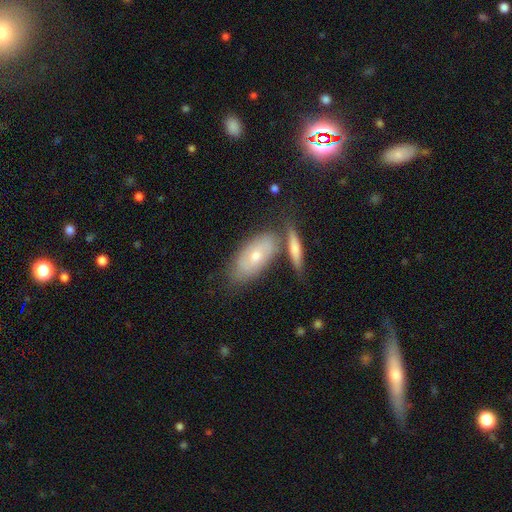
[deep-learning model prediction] Q: Smooth or featured?
A: smooth (57%); runner-up: featured or disk (37%)
Q: How rounded?
A: in between (86%); runner-up: cigar-shaped (10%)
Q: Merging?
A: none (56%); runner-up: merger (23%)